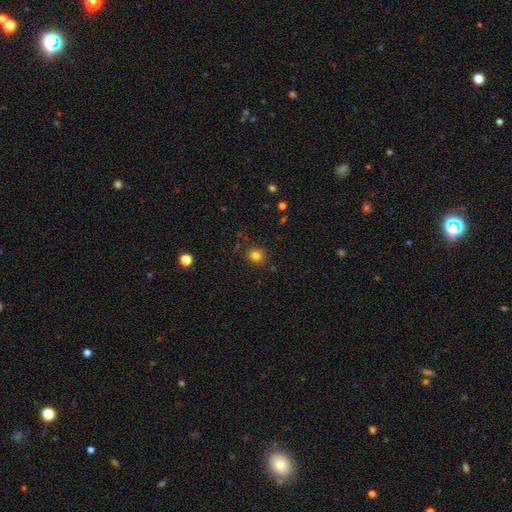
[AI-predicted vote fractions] smooth_or_featured: smooth (p=0.80) [alt: star or artifact p=0.14]
how_rounded: round (p=0.82) [alt: in between p=0.17]
merging: none (p=0.84) [alt: minor disturbance p=0.11]